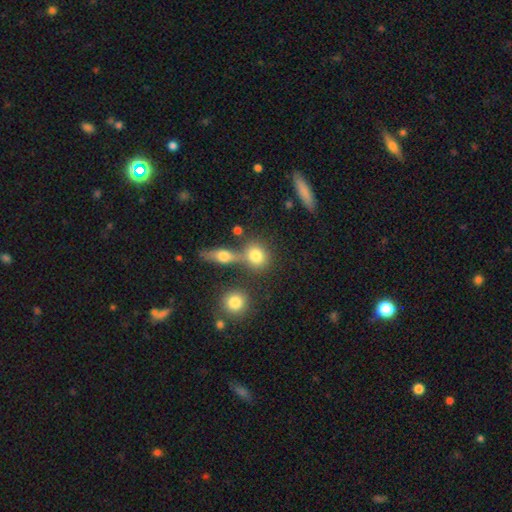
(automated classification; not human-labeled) Smooth or featured?
  - smooth: 77% *
  - star or artifact: 11%
  - featured or disk: 11%
How rounded?
  - round: 73% *
  - in between: 24%
  - cigar-shaped: 3%
Merging?
  - none: 55% *
  - merger: 30%
  - minor disturbance: 10%
  - major disturbance: 5%